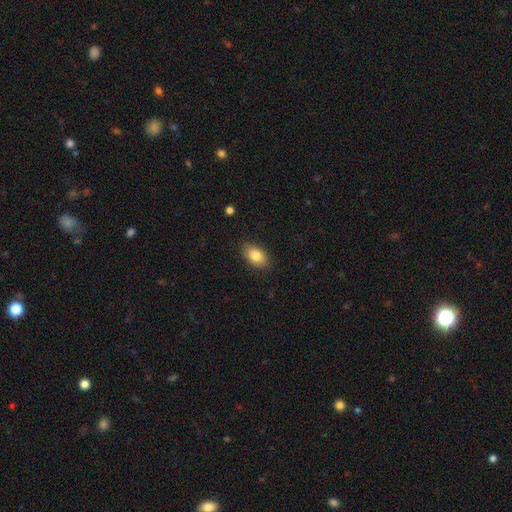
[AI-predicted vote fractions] Overall: smooth (82%). How rounded: in between (87%). Merging: none (86%).